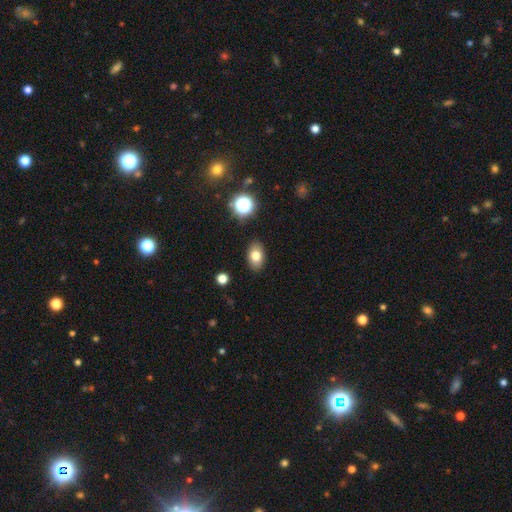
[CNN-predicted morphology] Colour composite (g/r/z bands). It shows a smooth galaxy with no disk features (76%) that is in between round and cigar-shaped (85%). Merging: none (87%).